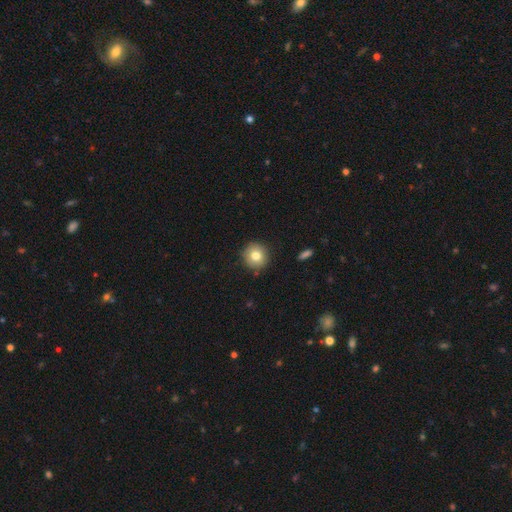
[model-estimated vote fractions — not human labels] Smooth or featured: smooth — 79% (featured or disk — 12%)
How rounded: round — 94% (in between — 5%)
Merging: none — 89% (minor disturbance — 8%)